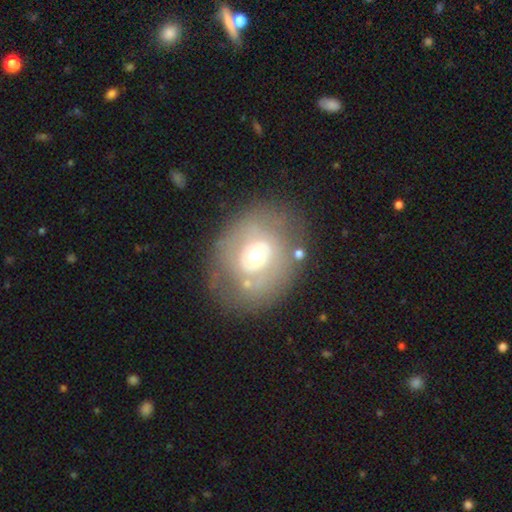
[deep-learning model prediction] Morphology: type=featured or disk (58%); edge-on=no (95%); bar=no (68%); spiral arms=no (59%); bulge=moderate (68%); merging=none (68%).